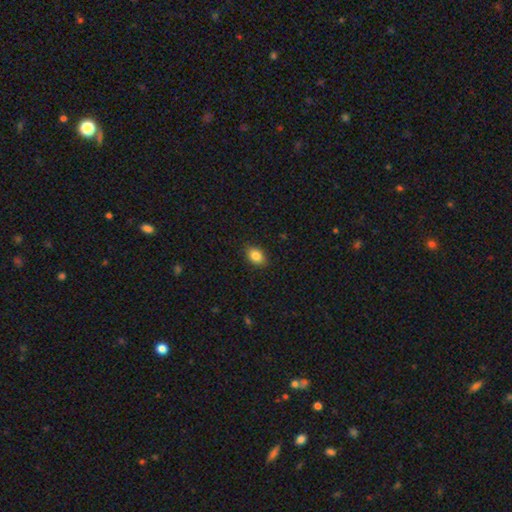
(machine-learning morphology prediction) Smooth or featured?
  - smooth: 85% *
  - star or artifact: 9%
  - featured or disk: 6%
How rounded?
  - in between: 77% *
  - round: 21%
  - cigar-shaped: 1%
Merging?
  - none: 88% *
  - minor disturbance: 9%
  - major disturbance: 2%
  - merger: 1%